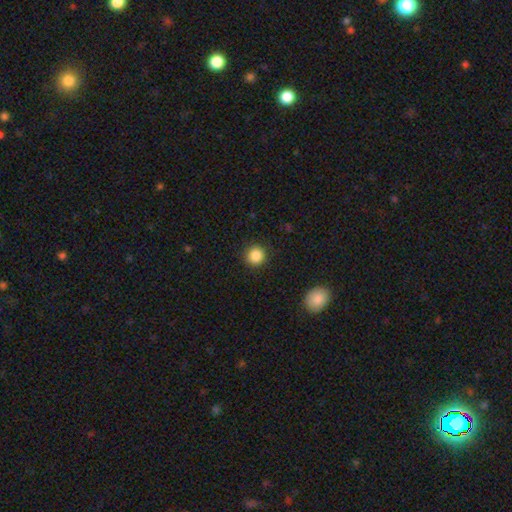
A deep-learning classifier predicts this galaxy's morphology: Q: Smooth or featured?
A: smooth (86%); runner-up: star or artifact (10%)
Q: How rounded?
A: round (94%); runner-up: in between (5%)
Q: Merging?
A: none (91%); runner-up: minor disturbance (6%)